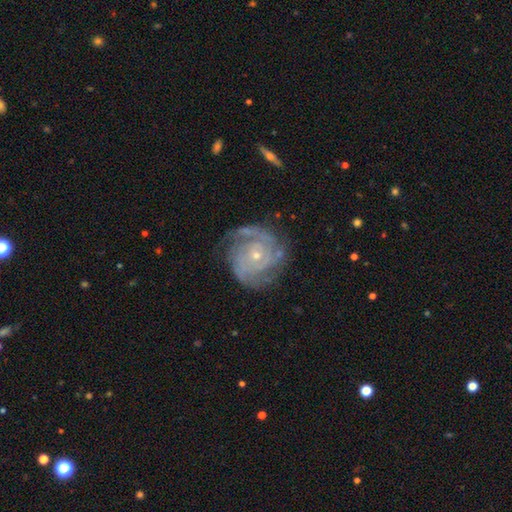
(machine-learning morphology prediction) A featured or disk galaxy (89%) with no bar (77%), 2 (38%) tight (67%) spiral arms (97%) and a small central bulge (75%).

Vote fractions:
- Smooth or featured? featured or disk: 89% / smooth: 6% / star or artifact: 5%
- Edge-on disk? no: 98% / yes: 2%
- Bar? no: 77% / weak: 18% / strong: 5%
- Spiral arms? yes: 97% / no: 3%
- Spiral winding? tight: 67% / medium: 28% / loose: 5%
- Spiral arm count? 2: 38% / 3: 25% / can't tell: 17% / 4: 8% / 1: 6% / more than 4: 6%
- Bulge size? small: 75% / moderate: 22% / none: 1% / large: 1% / dominant: 1%
- Merging? none: 75% / minor disturbance: 16% / major disturbance: 7% / merger: 2%